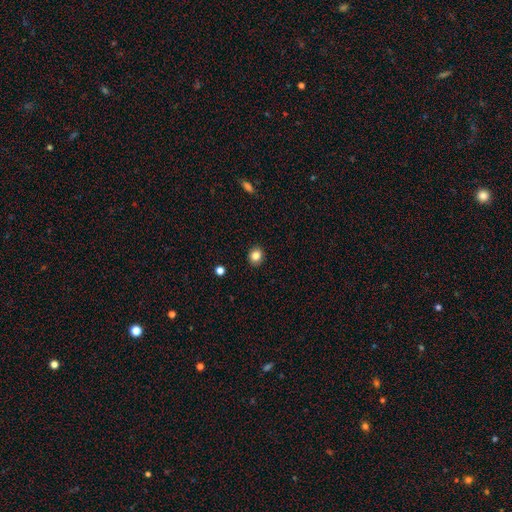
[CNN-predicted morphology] Q: Smooth or featured?
A: smooth (84%); runner-up: star or artifact (10%)
Q: How rounded?
A: round (73%); runner-up: in between (26%)
Q: Merging?
A: none (91%); runner-up: minor disturbance (6%)